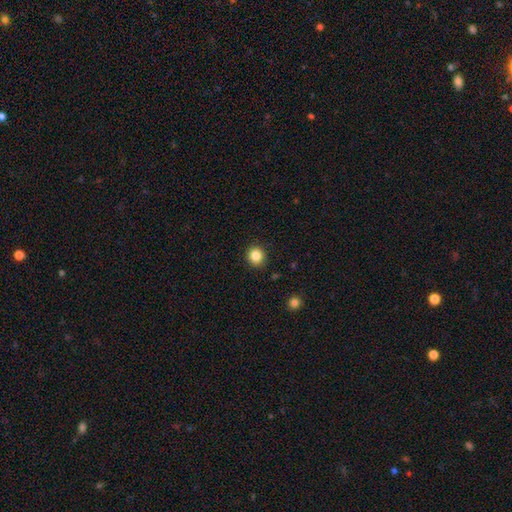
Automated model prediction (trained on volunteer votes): Smooth or featured: smooth — 85% (star or artifact — 11%)
How rounded: round — 87% (in between — 12%)
Merging: none — 91% (minor disturbance — 6%)